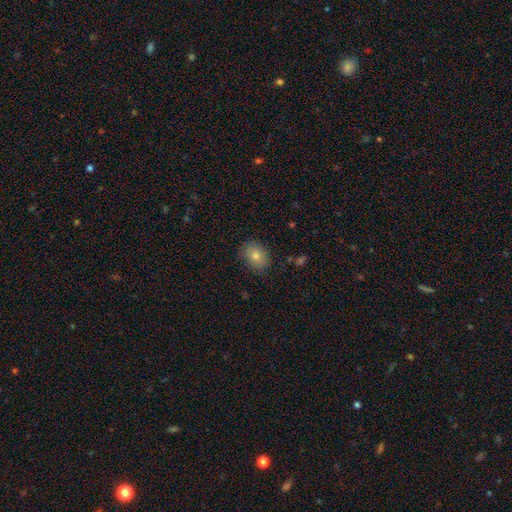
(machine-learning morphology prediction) smooth-or-featured: smooth: 78% | star or artifact: 12% | featured or disk: 10%
  how-rounded: in between: 52% | round: 47% | cigar-shaped: 1%
  merging: none: 86% | minor disturbance: 10% | major disturbance: 2% | merger: 1%